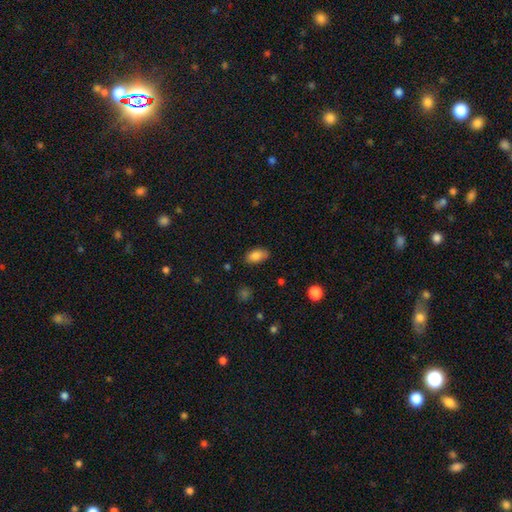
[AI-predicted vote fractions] Overall: smooth (83%). How rounded: in between (90%). Merging: none (79%).